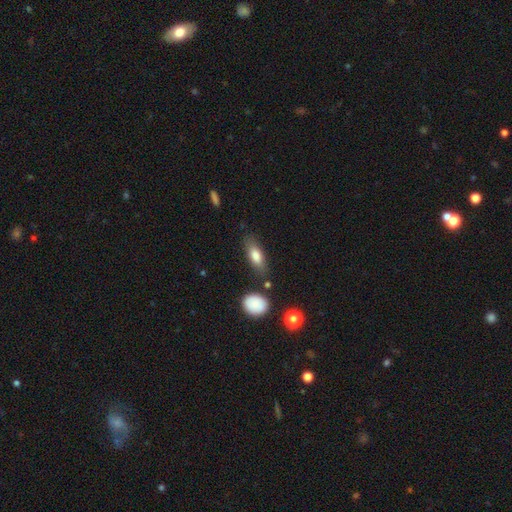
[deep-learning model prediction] Smooth or featured? Predicted: smooth (p=0.77). How rounded? Predicted: in between (p=0.70). Merging? Predicted: none (p=0.76).